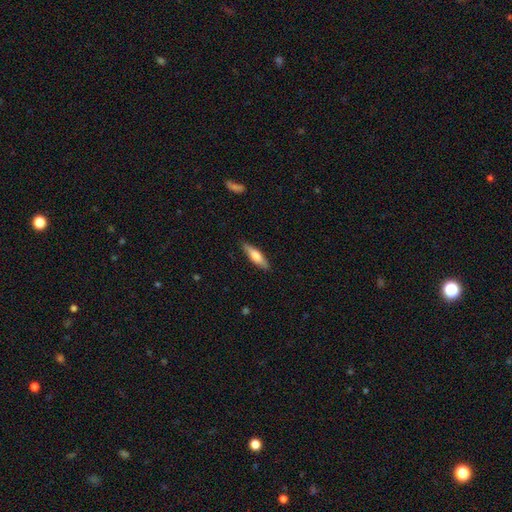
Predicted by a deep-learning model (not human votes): Smooth or featured: smooth — 64% (featured or disk — 31%)
How rounded: cigar-shaped — 66% (in between — 32%)
Merging: none — 88% (minor disturbance — 9%)